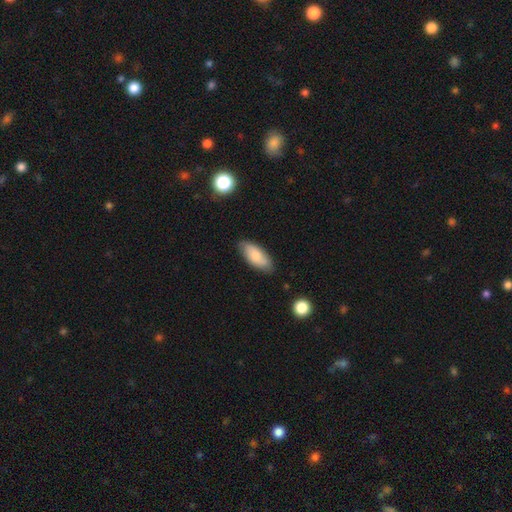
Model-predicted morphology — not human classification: Q: Smooth or featured?
A: smooth (78%); runner-up: featured or disk (16%)
Q: How rounded?
A: in between (82%); runner-up: cigar-shaped (16%)
Q: Merging?
A: none (81%); runner-up: minor disturbance (15%)